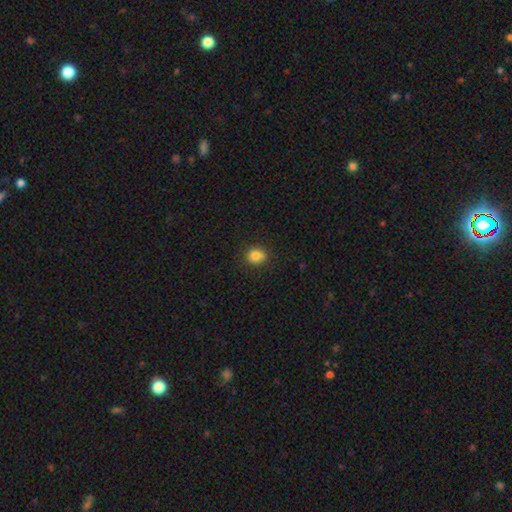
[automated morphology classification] The model was most divided on "how rounded": round: 69%, in between: 30%, cigar-shaped: 1%. More confident: smooth or featured — smooth (83%); merging — none (81%).